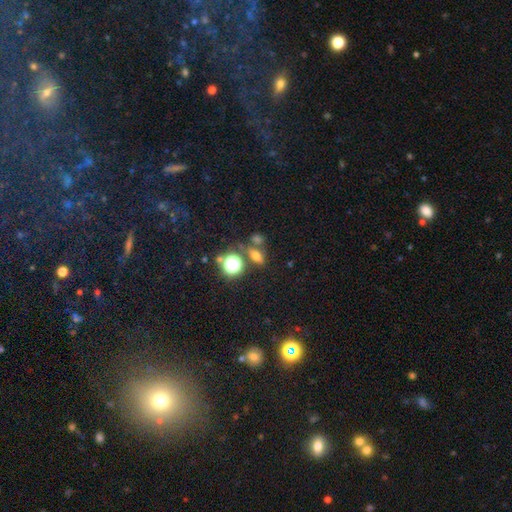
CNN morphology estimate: smooth 58%, star or artifact 26%, featured or disk 15%. Down the decision tree: how rounded — in between (64%); merging — none (64%).